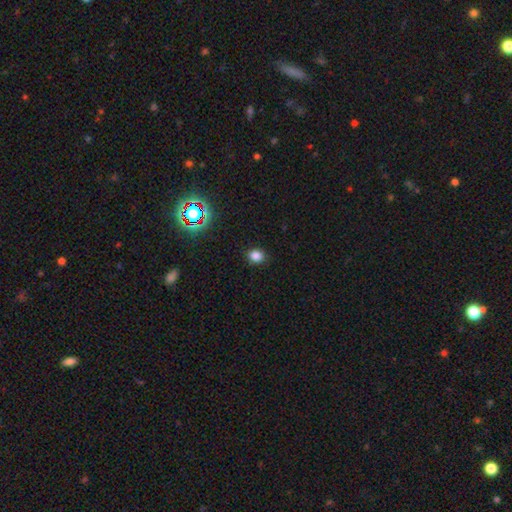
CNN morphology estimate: A smooth galaxy with no disk features (81%) that is round (61%). Merging: none (89%).